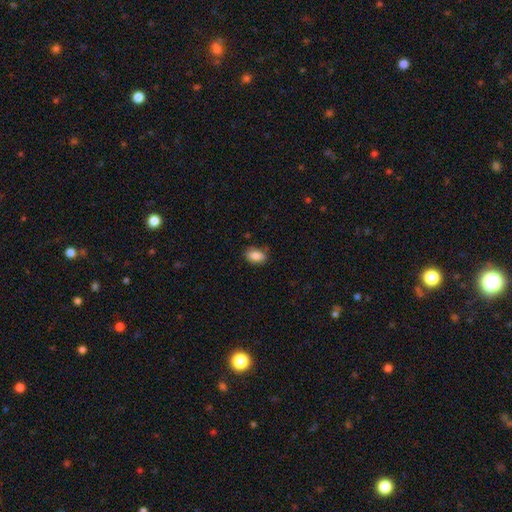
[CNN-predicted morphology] Smooth or featured? smooth (86%)
How rounded? in between (87%)
Merging? none (77%)